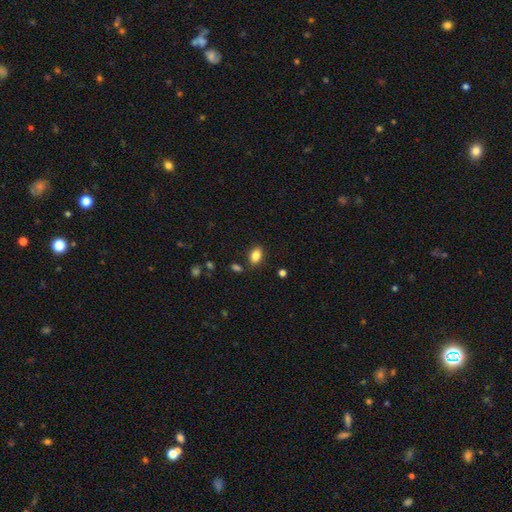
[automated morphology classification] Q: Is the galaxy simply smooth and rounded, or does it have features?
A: smooth — 85%.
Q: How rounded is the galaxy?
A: in between — 85%.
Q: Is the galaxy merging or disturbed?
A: none — 83%.